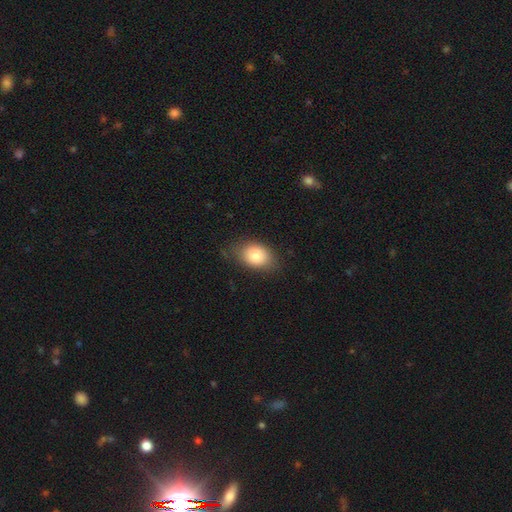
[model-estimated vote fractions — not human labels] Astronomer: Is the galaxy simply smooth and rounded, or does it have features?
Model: smooth — 83%.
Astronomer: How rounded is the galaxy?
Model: in between — 76%.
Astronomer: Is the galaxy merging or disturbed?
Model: none — 74%.